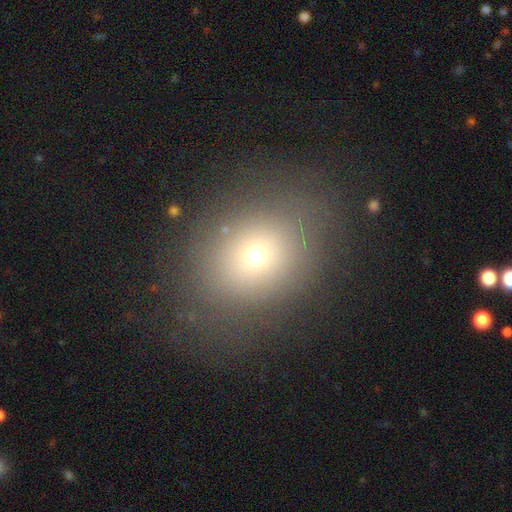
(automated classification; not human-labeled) Morphology: type=smooth (65%); roundness=round (59%); merging=none (79%).